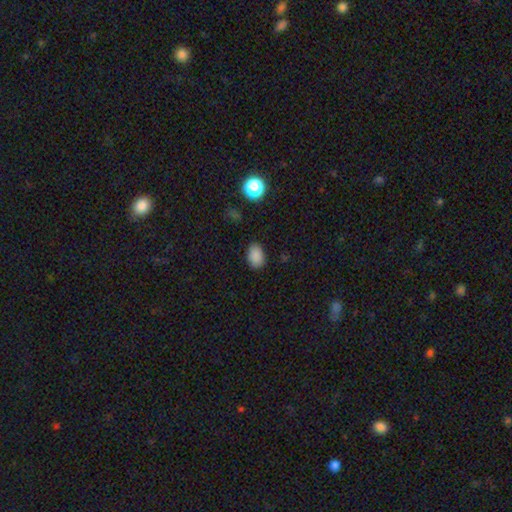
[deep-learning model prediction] Smooth or featured? Predicted: smooth (p=0.86). How rounded? Predicted: in between (p=0.82). Merging? Predicted: none (p=0.84).